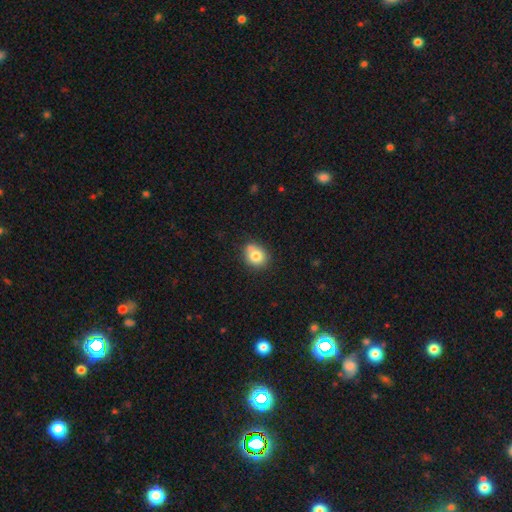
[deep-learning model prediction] Smooth or featured? smooth (79%)
How rounded? round (62%)
Merging? none (65%)